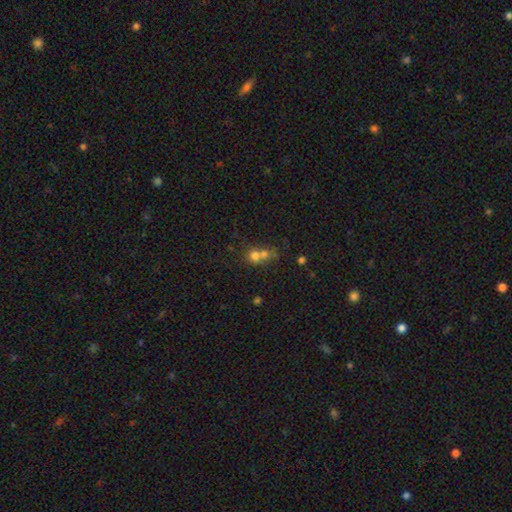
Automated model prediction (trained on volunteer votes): smooth-or-featured: smooth: 69% | featured or disk: 16% | star or artifact: 15%
  how-rounded: round: 79% | in between: 19% | cigar-shaped: 1%
  merging: merger: 64% | none: 27% | minor disturbance: 5% | major disturbance: 4%